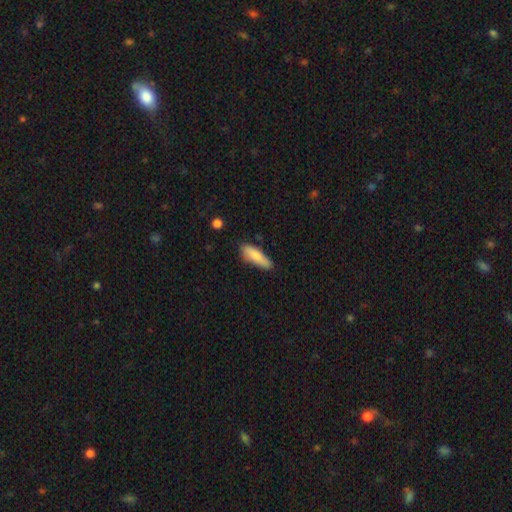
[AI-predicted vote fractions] Smooth or featured: smooth — 83% (featured or disk — 11%)
How rounded: in between — 49% (tied with cigar-shaped — 49%)
Merging: none — 73% (minor disturbance — 21%)